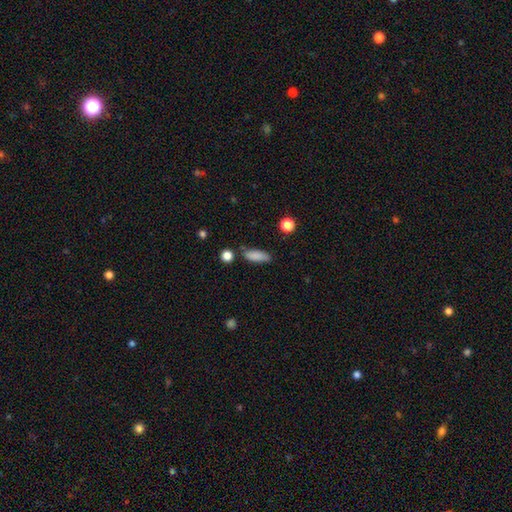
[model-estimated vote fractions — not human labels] Smooth or featured? smooth (85%)
How rounded? in between (64%)
Merging? none (75%)